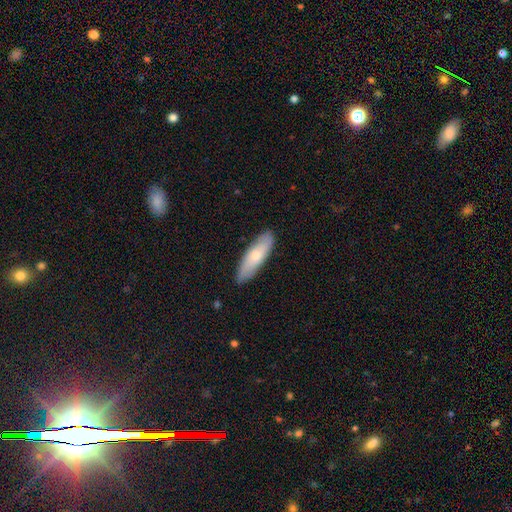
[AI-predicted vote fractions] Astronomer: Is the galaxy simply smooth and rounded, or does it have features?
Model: smooth — 65%.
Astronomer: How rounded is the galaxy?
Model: cigar-shaped — 53% (runner-up: in between, 45%).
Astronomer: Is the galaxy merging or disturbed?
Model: none — 86%.